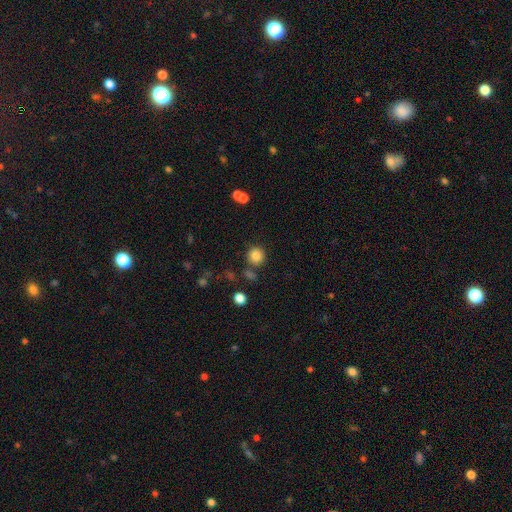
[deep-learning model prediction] Q: Smooth or featured?
A: smooth (84%); runner-up: star or artifact (11%)
Q: How rounded?
A: round (93%); runner-up: in between (6%)
Q: Merging?
A: none (80%); runner-up: minor disturbance (8%)